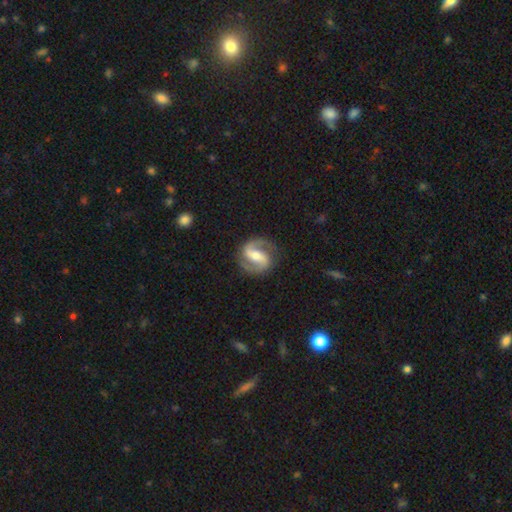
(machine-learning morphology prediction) Overall: featured or disk (90%). Edge-on disk: no (98%). Bar: strong (50%; weak 34%). Spiral arms: yes (97%). Spiral arm count: 2 (93%). Spiral winding: medium (56%; tight 27%). Bulge size: moderate (58%; small 32%). Merging: none (85%).